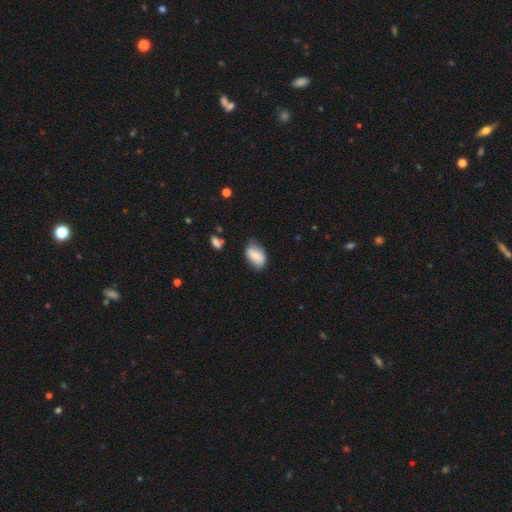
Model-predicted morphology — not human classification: This appears to be a smooth galaxy with no disk features (70%) that is in between round and cigar-shaped (89%). Merging: none (63%).